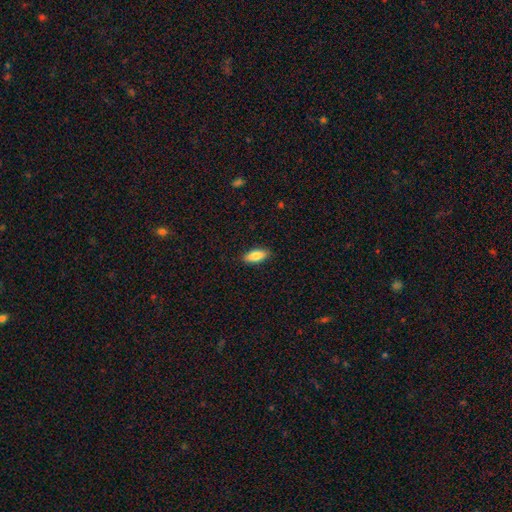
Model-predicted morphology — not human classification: Smooth or featured? Predicted: smooth (p=0.85). How rounded? Predicted: in between (p=0.82). Merging? Predicted: none (p=0.89).